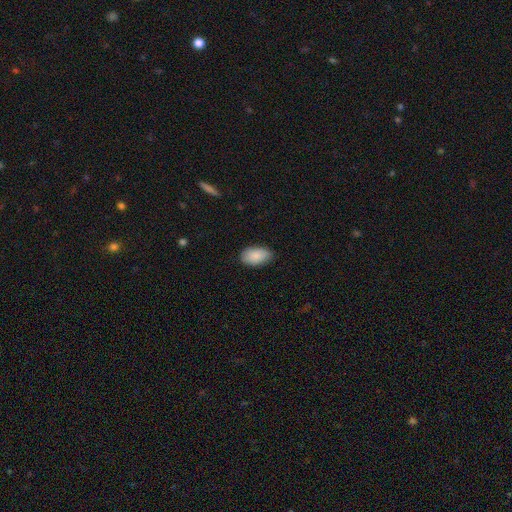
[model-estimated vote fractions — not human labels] Overall: smooth (88%). How rounded: in between (94%). Merging: none (81%).